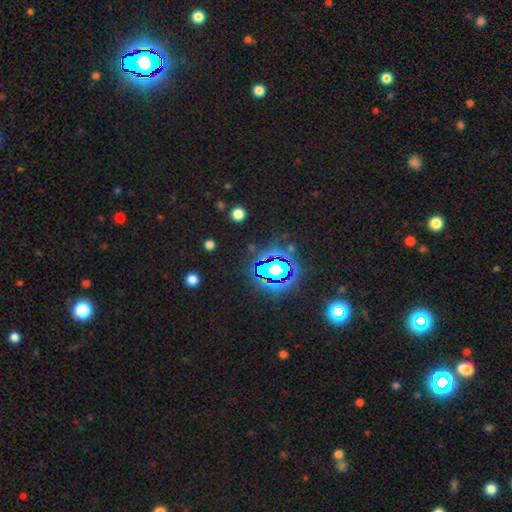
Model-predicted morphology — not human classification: This is likely a star or artifact rather than a galaxy (79%).